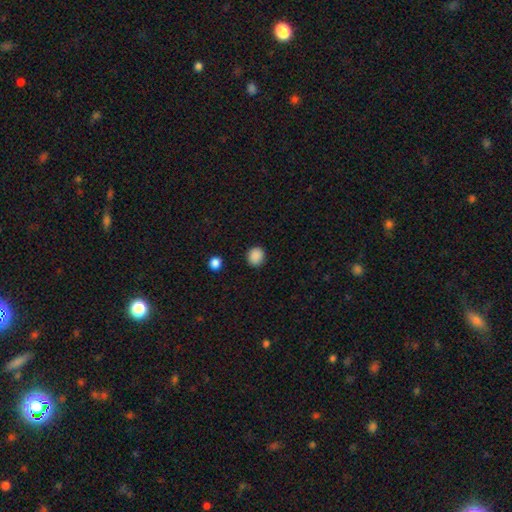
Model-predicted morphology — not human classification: smooth_or_featured: smooth (p=0.88) [alt: star or artifact p=0.09]
how_rounded: round (p=0.83) [alt: in between p=0.16]
merging: none (p=0.90) [alt: minor disturbance p=0.07]